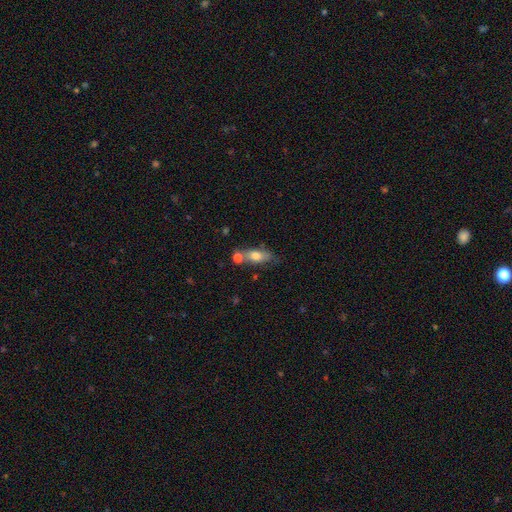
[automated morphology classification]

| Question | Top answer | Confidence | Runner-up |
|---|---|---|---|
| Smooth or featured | smooth | 70% | featured or disk (22%) |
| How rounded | in between | 73% | cigar-shaped (19%) |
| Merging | none | 51% | merger (26%) |